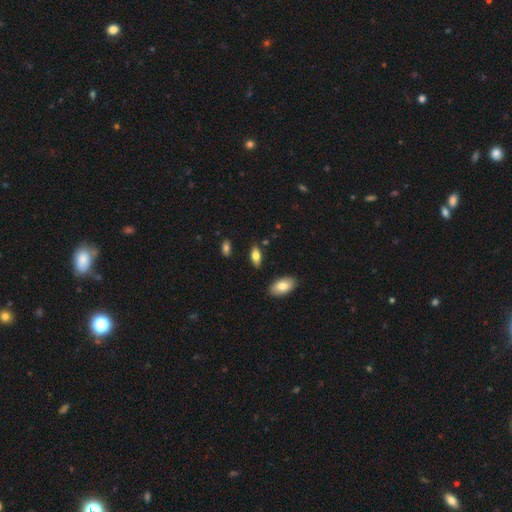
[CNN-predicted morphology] Smooth or featured: smooth — 73% (featured or disk — 20%)
How rounded: in between — 86% (cigar-shaped — 11%)
Merging: none — 83% (minor disturbance — 11%)